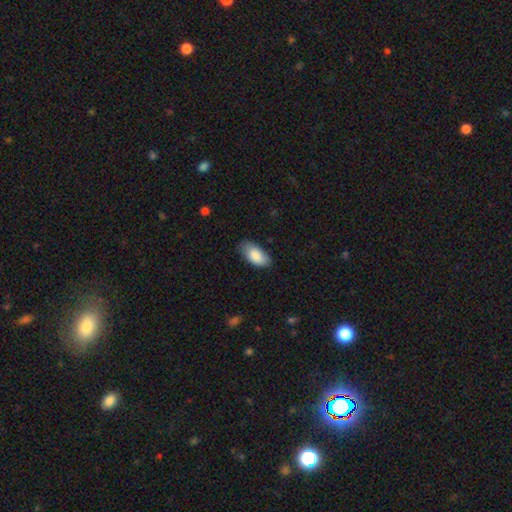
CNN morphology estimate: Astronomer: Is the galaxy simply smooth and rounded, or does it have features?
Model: smooth — 85%.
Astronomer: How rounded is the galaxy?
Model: in between — 94%.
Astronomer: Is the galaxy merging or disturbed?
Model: none — 76%.